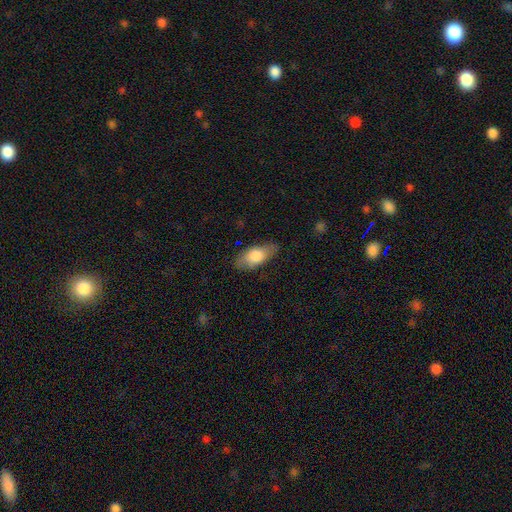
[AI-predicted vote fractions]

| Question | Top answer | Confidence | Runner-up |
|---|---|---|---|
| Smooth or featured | smooth | 76% | featured or disk (18%) |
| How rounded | in between | 86% | cigar-shaped (11%) |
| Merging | none | 78% | minor disturbance (16%) |